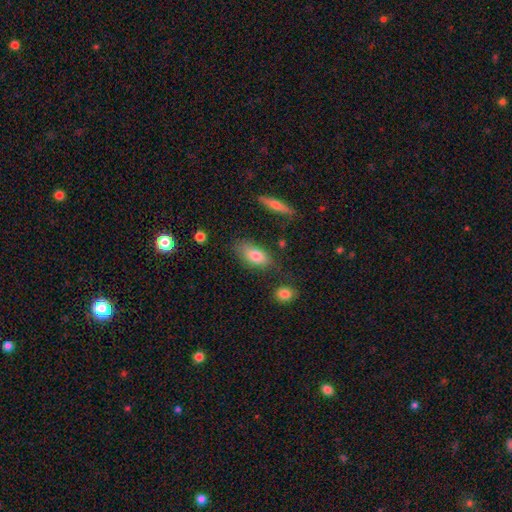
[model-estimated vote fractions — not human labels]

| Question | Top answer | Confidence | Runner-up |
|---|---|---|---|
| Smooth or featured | smooth | 79% | featured or disk (13%) |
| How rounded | in between | 87% | cigar-shaped (9%) |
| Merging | none | 68% | minor disturbance (21%) |